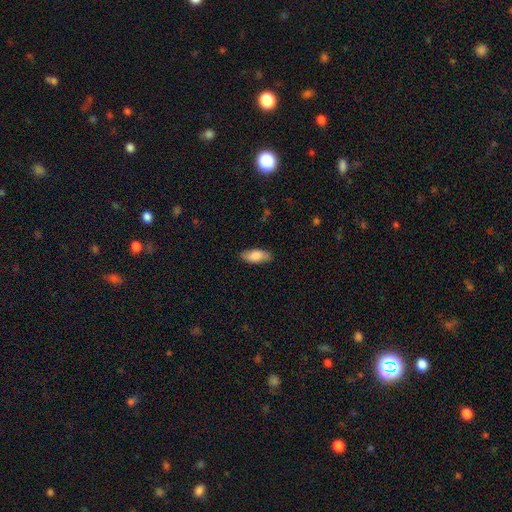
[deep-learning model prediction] This is clearly a smooth galaxy (82%). How rounded: clearly in between (82%). Merging: clearly none (85%).